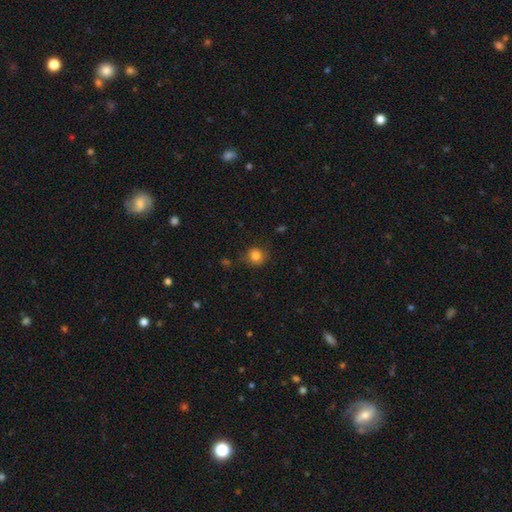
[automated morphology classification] Q: Smooth or featured?
A: smooth (83%); runner-up: star or artifact (11%)
Q: How rounded?
A: round (87%); runner-up: in between (12%)
Q: Merging?
A: none (81%); runner-up: minor disturbance (14%)